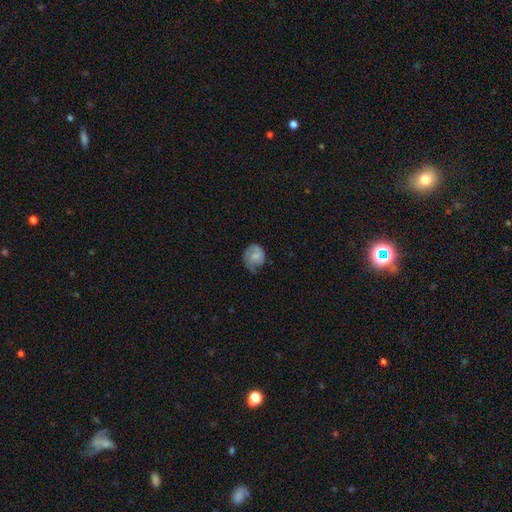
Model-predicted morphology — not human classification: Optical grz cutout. It shows a smooth galaxy with no disk features (50%) that is round (61%). Merging: none (45%).